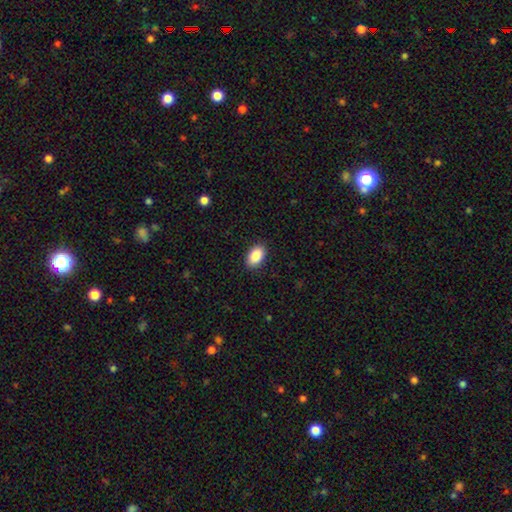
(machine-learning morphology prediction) A smooth galaxy with no disk features (90%) that is in between round and cigar-shaped (92%).

Vote fractions:
- Smooth or featured? smooth: 90% / star or artifact: 7% / featured or disk: 3%
- How rounded? in between: 92% / round: 7% / cigar-shaped: 1%
- Merging? none: 89% / minor disturbance: 8% / major disturbance: 2% / merger: 1%